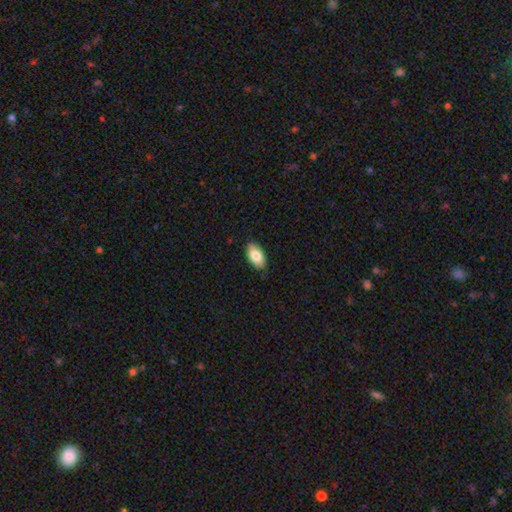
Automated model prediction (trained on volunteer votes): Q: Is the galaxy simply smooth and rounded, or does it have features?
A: smooth — 81%.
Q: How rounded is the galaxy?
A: in between — 94%.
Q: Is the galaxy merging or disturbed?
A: none — 85%.